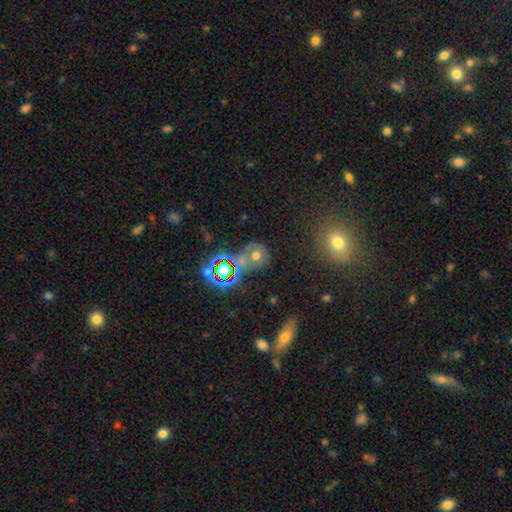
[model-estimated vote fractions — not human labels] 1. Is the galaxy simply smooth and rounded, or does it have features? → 51% smooth, 31% star or artifact, 18% featured or disk.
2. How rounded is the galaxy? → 79% round, 19% in between, 1% cigar-shaped.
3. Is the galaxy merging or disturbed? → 48% none, 28% merger, 14% minor disturbance, 11% major disturbance.